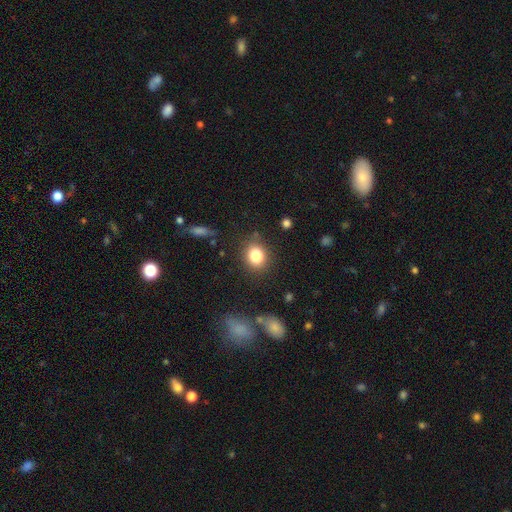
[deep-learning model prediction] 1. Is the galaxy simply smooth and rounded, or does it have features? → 83% smooth, 10% star or artifact, 7% featured or disk.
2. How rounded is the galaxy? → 66% round, 33% in between, 1% cigar-shaped.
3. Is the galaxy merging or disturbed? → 83% none, 11% minor disturbance, 4% major disturbance, 3% merger.